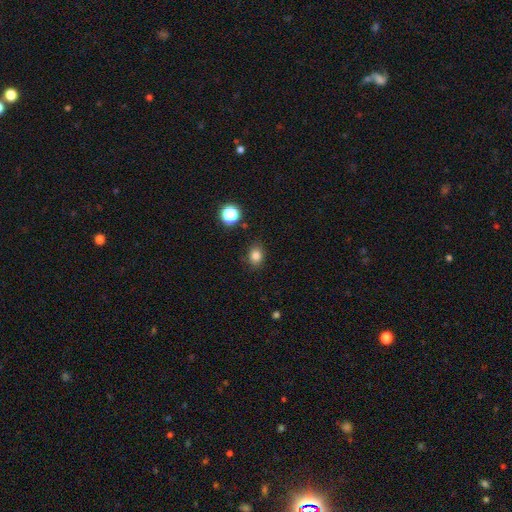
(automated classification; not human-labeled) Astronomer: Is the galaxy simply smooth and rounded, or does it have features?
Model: smooth — 82%.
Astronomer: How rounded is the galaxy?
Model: round — 51% (runner-up: in between, 47%).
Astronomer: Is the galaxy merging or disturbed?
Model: none — 84%.